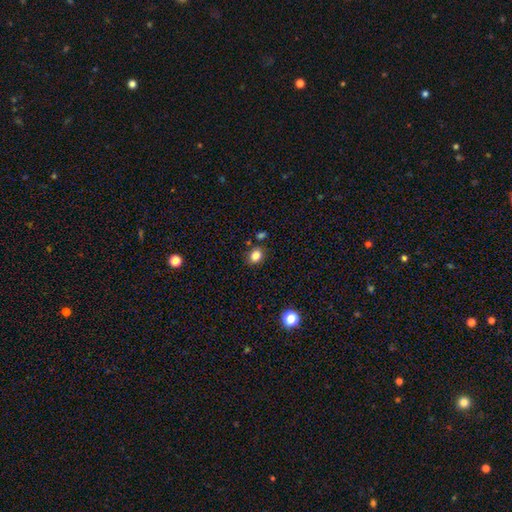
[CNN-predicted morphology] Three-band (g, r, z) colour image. It shows a smooth galaxy with no disk features (83%) that is in between round and cigar-shaped (54%). Merging: none (81%).